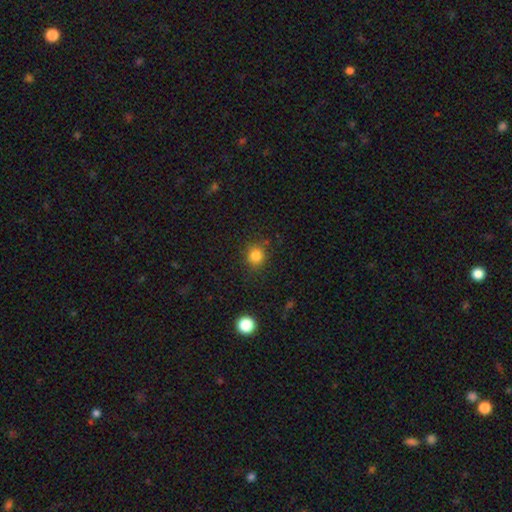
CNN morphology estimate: Smooth or featured? Predicted: smooth (p=0.82). How rounded? Predicted: round (p=0.89). Merging? Predicted: none (p=0.85).